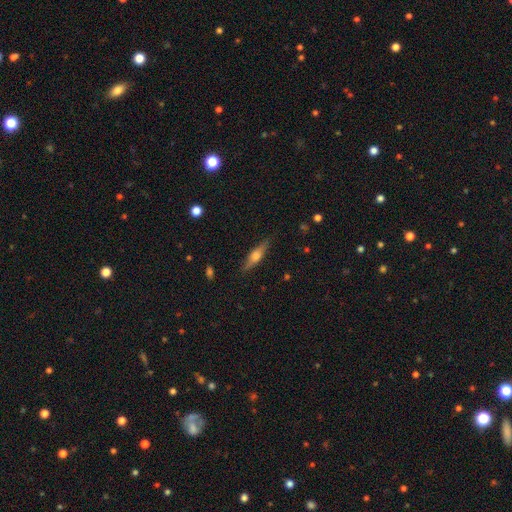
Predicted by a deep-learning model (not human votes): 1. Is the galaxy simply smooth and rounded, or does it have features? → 49% featured or disk, 44% smooth, 7% star or artifact.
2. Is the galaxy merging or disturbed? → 86% none, 11% minor disturbance, 2% major disturbance, 1% merger.